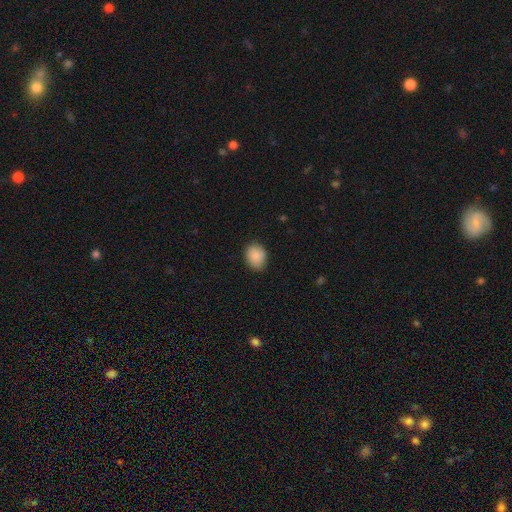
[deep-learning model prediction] A smooth galaxy with no disk features (89%) that is in between round and cigar-shaped (55%).

Vote fractions:
- Smooth or featured? smooth: 89% / star or artifact: 7% / featured or disk: 4%
- How rounded? in between: 55% / round: 44% / cigar-shaped: 1%
- Merging? none: 80% / minor disturbance: 16% / major disturbance: 3% / merger: 1%